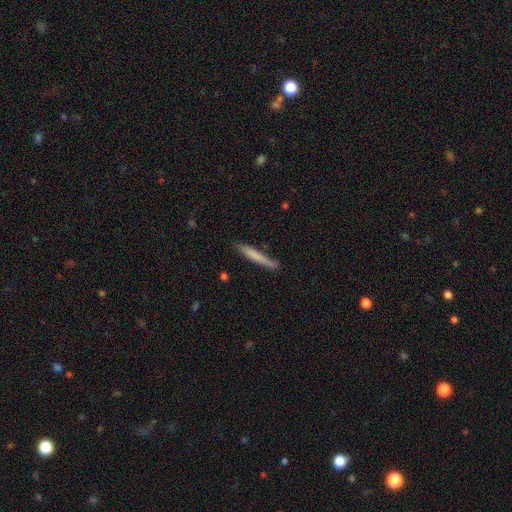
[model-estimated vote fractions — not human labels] Smooth or featured? smooth (71%)
How rounded? cigar-shaped (95%)
Merging? none (77%)